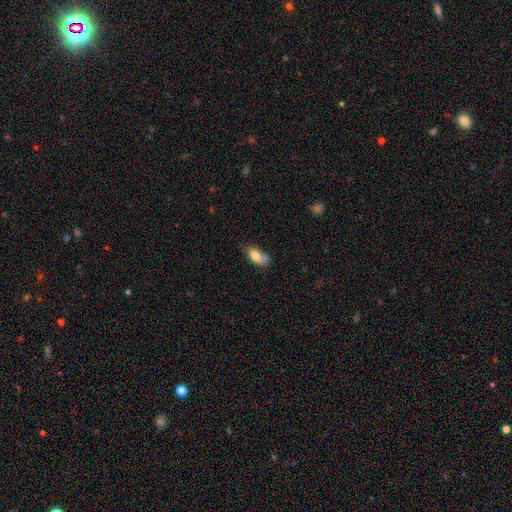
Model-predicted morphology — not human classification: This appears to be a smooth galaxy with no disk features (75%) that is in between round and cigar-shaped (89%). Merging: none (44%).